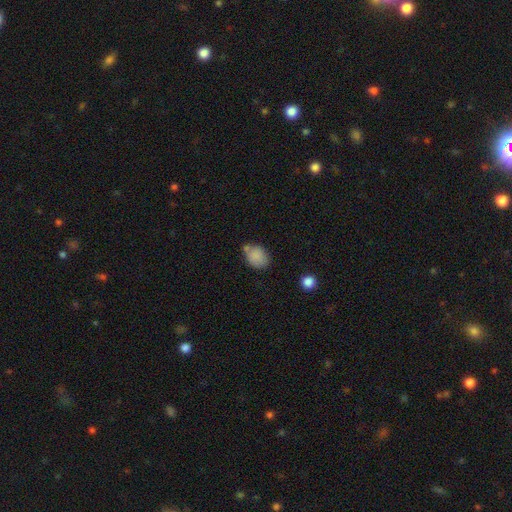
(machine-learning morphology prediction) Smooth or featured: smooth — 85% (star or artifact — 9%)
How rounded: in between — 62% (round — 37%)
Merging: none — 53% (minor disturbance — 25%)